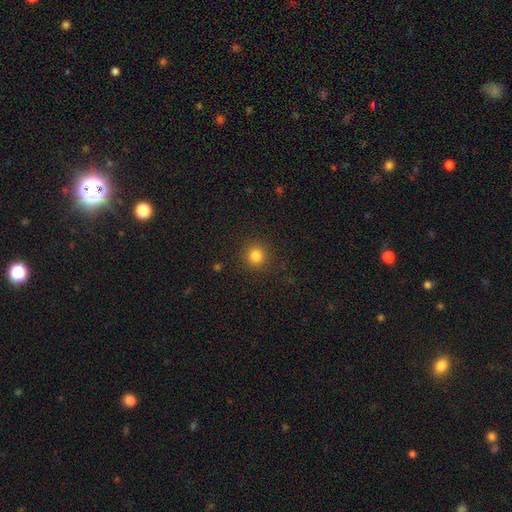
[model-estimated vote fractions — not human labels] Q: Smooth or featured?
A: smooth (83%); runner-up: star or artifact (12%)
Q: How rounded?
A: round (93%); runner-up: in between (6%)
Q: Merging?
A: none (90%); runner-up: minor disturbance (6%)